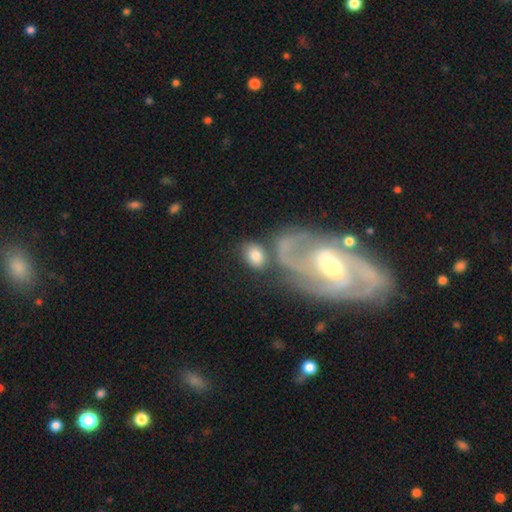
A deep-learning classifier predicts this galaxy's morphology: type=smooth (74%); roundness=in between (71%); merging=none (57%).